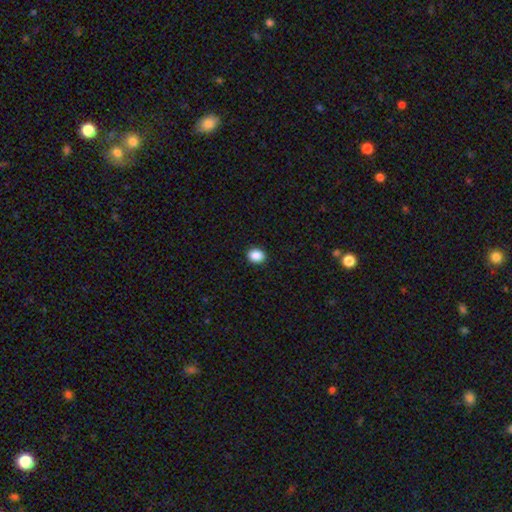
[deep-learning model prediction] Smooth or featured?
  - smooth: 89% *
  - star or artifact: 8%
  - featured or disk: 3%
How rounded?
  - in between: 50% *
  - round: 49%
  - cigar-shaped: 1%
Merging?
  - none: 91% *
  - minor disturbance: 6%
  - major disturbance: 2%
  - merger: 1%